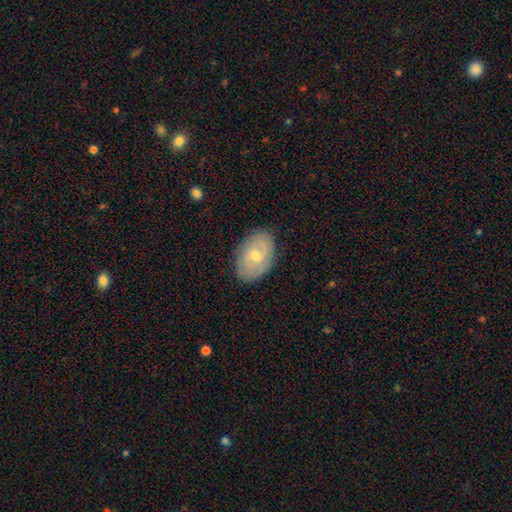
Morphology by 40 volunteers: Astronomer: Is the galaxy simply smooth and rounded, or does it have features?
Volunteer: featured or disk — 92%.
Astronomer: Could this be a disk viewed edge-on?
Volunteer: no — 97%.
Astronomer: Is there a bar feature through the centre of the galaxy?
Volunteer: weak — 61%.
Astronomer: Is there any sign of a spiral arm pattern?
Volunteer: yes — 86%.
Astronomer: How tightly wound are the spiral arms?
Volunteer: medium — 58% (runner-up: tight, 35%).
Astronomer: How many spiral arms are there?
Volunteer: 2 — 87%.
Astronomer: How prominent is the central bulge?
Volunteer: moderate — 50%, tied with small at 50%.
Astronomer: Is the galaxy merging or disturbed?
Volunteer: none — 88%.